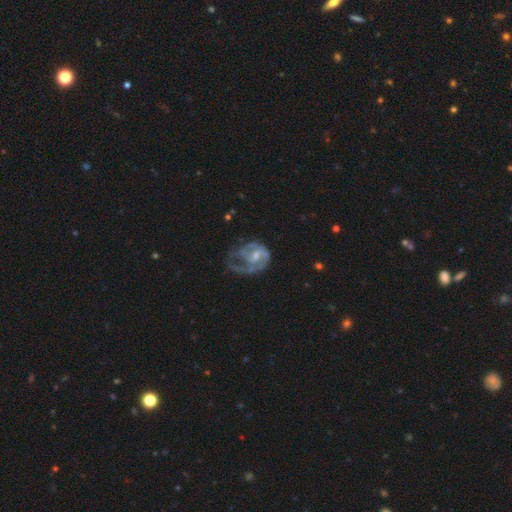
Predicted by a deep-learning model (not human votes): smooth-or-featured: featured or disk: 75% | smooth: 18% | star or artifact: 6%
  disk-edge-on: no: 98% | yes: 2%
    bar: weak: 48% | no: 42% | strong: 10%
    has-spiral-arms: yes: 80% | no: 20%
      spiral-winding: medium: 43% | tight: 31% | loose: 26%
      spiral-arm-count: 2: 37% | 1: 30% | can't tell: 22% | 3: 7% | 4: 2% | more than 4: 2%
    bulge-size: moderate: 42% | small: 41% | none: 12% | large: 4% | dominant: 1%
  merging: major disturbance: 45% | none: 30% | minor disturbance: 22% | merger: 3%